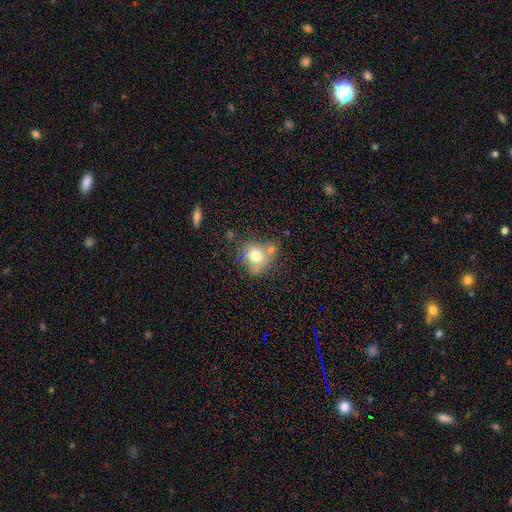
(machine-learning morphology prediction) Overall: smooth (72%). How rounded: round (74%). Merging: none (49%; merger 24%).